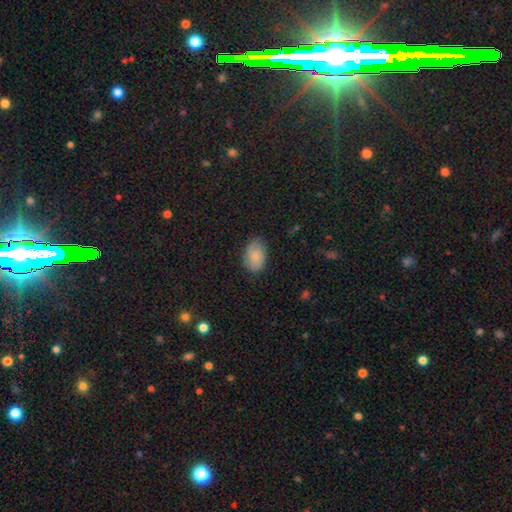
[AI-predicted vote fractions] A smooth galaxy with no disk features (75%) that is in between round and cigar-shaped (84%). Merging: none (74%).